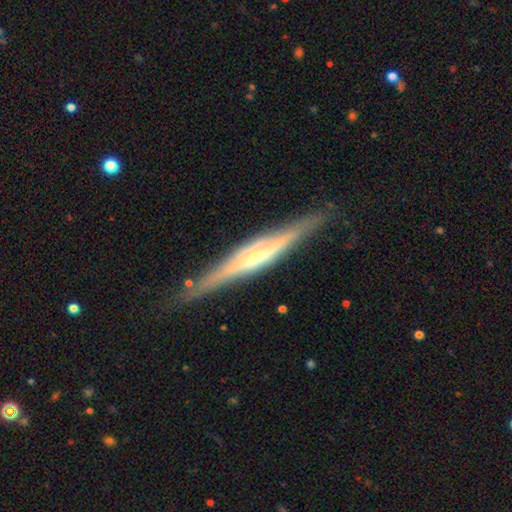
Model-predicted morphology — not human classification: Q: Smooth or featured?
A: featured or disk (81%); runner-up: smooth (13%)
Q: Edge-on disk?
A: yes (97%); runner-up: no (3%)
Q: Edge-on bulge?
A: rounded (68%); runner-up: none (16%)
Q: Merging?
A: none (85%); runner-up: minor disturbance (11%)